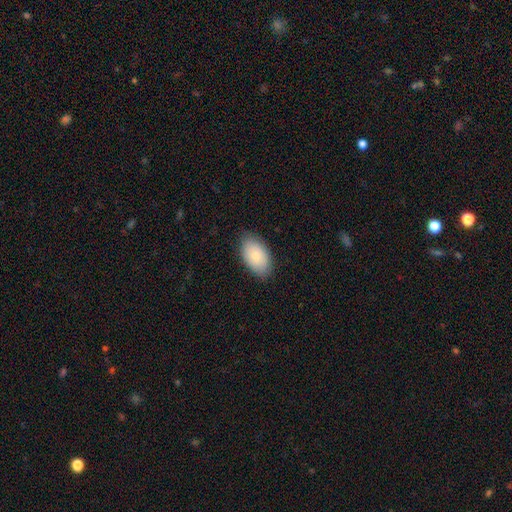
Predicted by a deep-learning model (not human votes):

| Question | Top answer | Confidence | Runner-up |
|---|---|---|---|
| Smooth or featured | smooth | 76% | featured or disk (18%) |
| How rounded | in between | 94% | round (4%) |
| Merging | none | 83% | minor disturbance (13%) |